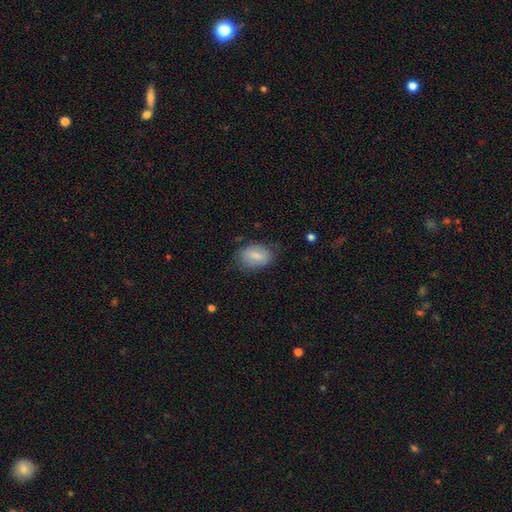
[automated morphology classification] Smooth or featured? Predicted: smooth (p=0.75). How rounded? Predicted: in between (p=0.88). Merging? Predicted: none (p=0.73).